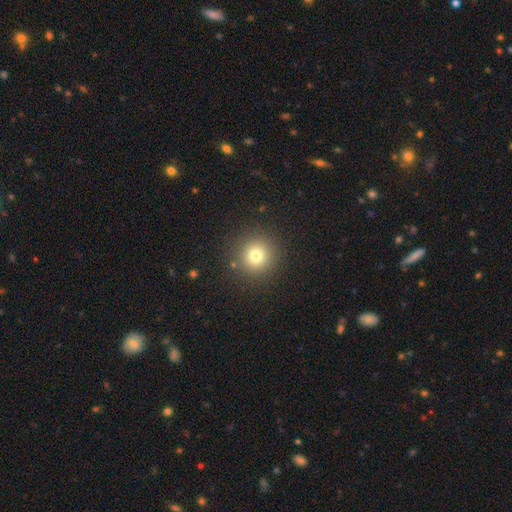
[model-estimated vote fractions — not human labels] Morphology: type=smooth (77%); roundness=round (94%); merging=none (89%).